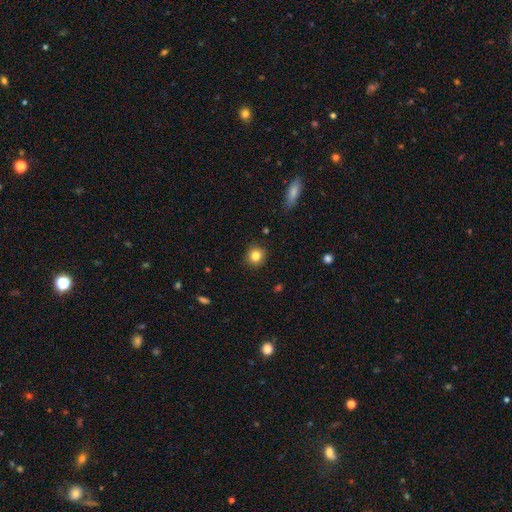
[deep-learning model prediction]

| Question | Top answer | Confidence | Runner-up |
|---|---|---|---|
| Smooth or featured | smooth | 83% | star or artifact (11%) |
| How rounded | round | 90% | in between (9%) |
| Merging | none | 90% | minor disturbance (7%) |